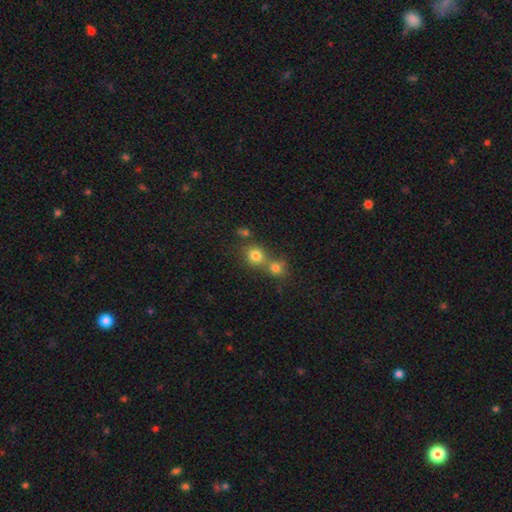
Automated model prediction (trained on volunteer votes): A smooth galaxy with no disk features (77%) that is round (83%). Merging: merger (49%).